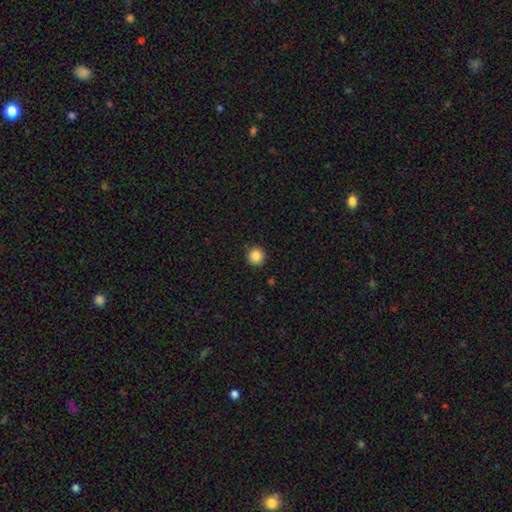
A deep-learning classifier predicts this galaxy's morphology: Q: Smooth or featured?
A: smooth (86%); runner-up: star or artifact (10%)
Q: How rounded?
A: round (95%); runner-up: in between (4%)
Q: Merging?
A: none (92%); runner-up: minor disturbance (5%)